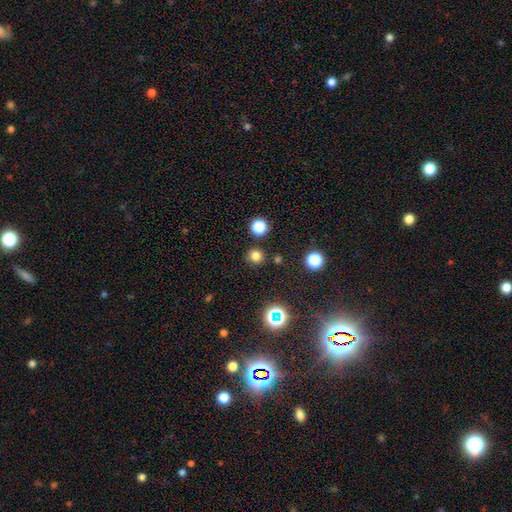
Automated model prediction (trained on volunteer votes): This appears to be a smooth galaxy with no disk features (77%) that is round (94%). Merging: none (87%).